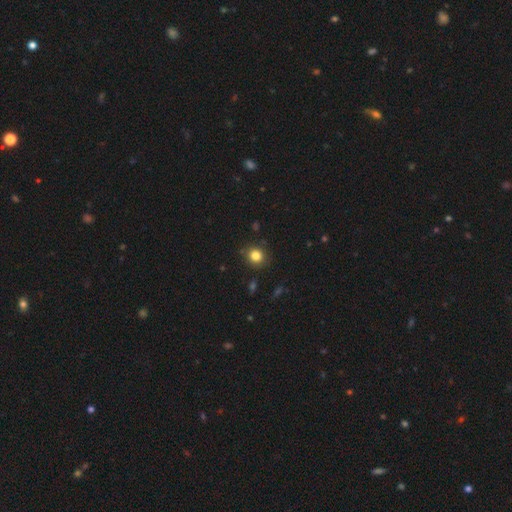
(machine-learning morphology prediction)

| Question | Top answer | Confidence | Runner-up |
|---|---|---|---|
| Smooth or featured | smooth | 82% | star or artifact (12%) |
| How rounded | round | 83% | in between (17%) |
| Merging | none | 87% | minor disturbance (9%) |